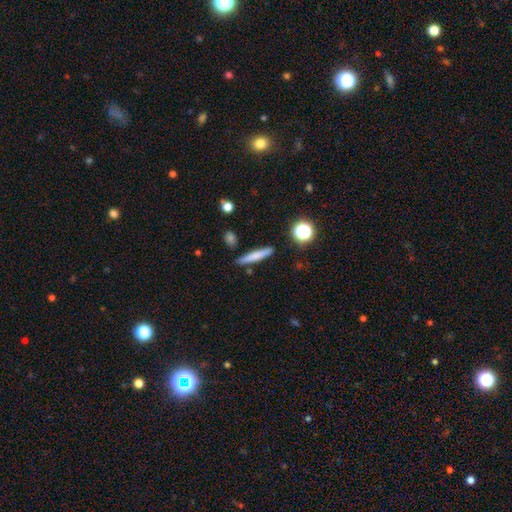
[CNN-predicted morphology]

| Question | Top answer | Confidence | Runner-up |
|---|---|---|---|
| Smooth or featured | smooth | 69% | featured or disk (23%) |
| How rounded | cigar-shaped | 91% | in between (6%) |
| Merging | none | 87% | minor disturbance (9%) |